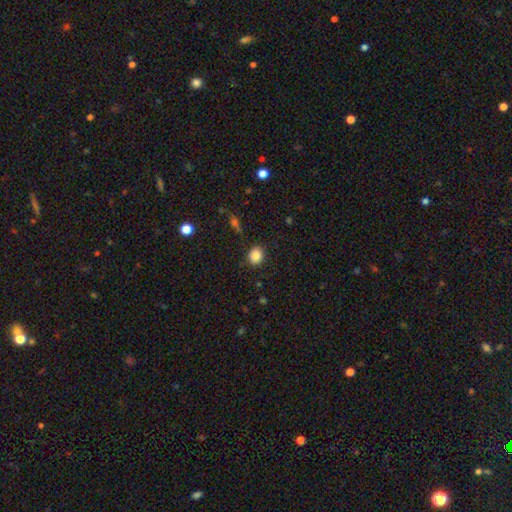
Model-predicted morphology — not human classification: Overall: smooth (87%). How rounded: round (65%; in between 34%). Merging: none (85%).